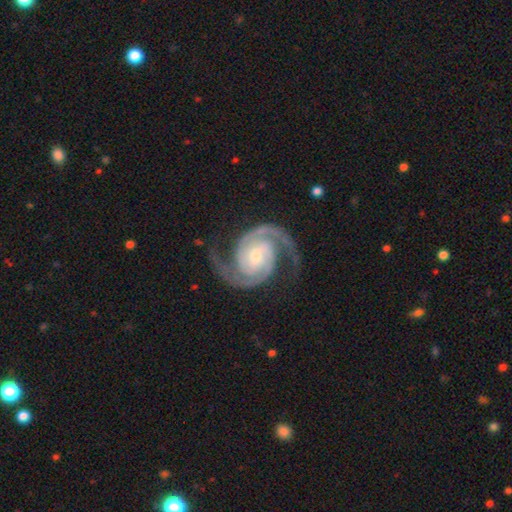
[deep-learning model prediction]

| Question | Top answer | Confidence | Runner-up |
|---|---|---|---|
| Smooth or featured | featured or disk | 95% | star or artifact (3%) |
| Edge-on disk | no | 98% | yes (2%) |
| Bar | no | 50% | weak (34%) |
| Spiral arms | yes | 99% | no (1%) |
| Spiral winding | medium | 49% | tight (44%) |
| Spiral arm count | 2 | 94% | 3 (2%) |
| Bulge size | small | 52% | moderate (43%) |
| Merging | none | 80% | minor disturbance (13%) |